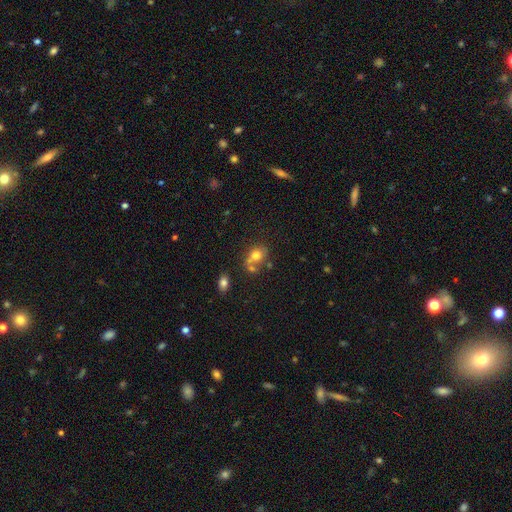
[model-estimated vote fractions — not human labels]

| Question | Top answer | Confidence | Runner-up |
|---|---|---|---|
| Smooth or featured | smooth | 72% | featured or disk (16%) |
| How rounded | round | 53% | in between (46%) |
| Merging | none | 41% | merger (36%) |